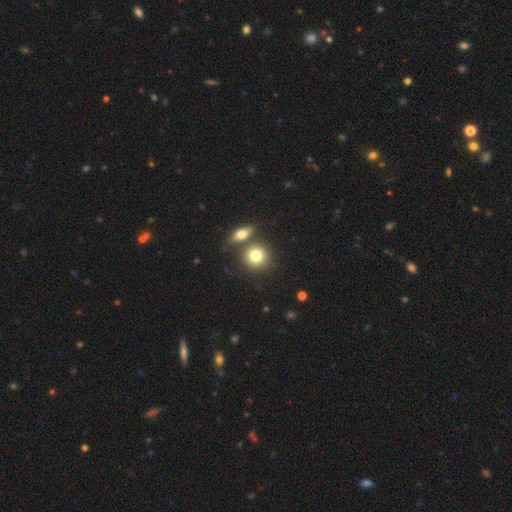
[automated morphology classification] This is likely a smooth galaxy (78%). How rounded: clearly round (85%). Merging: likely none (64%).